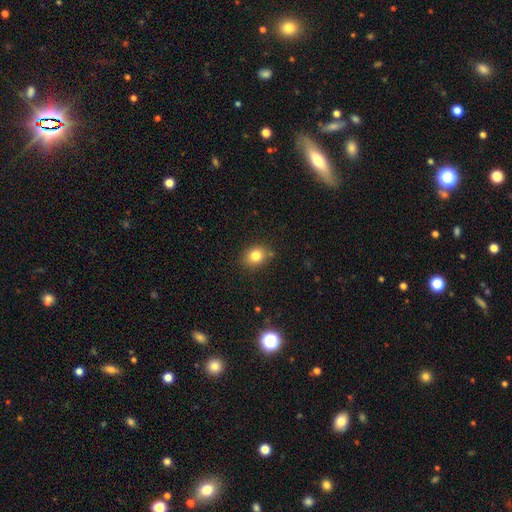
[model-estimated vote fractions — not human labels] This appears to be a smooth galaxy with no disk features (81%) that is round (53%). Merging: none (81%).